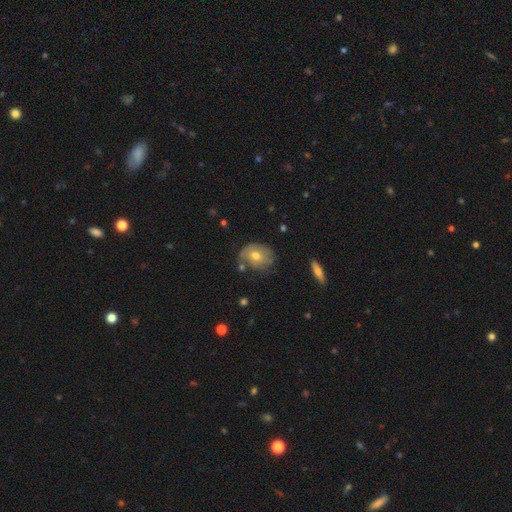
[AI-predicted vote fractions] A smooth galaxy with no disk features (50%) that is in between round and cigar-shaped (51%). Merging: none (57%).